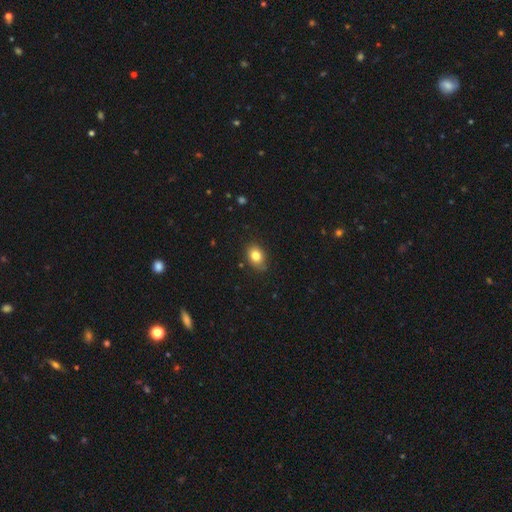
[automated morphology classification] A smooth galaxy with no disk features (81%) that is in between round and cigar-shaped (62%).

Vote fractions:
- Smooth or featured? smooth: 81% / star or artifact: 10% / featured or disk: 8%
- How rounded? in between: 62% / round: 36% / cigar-shaped: 1%
- Merging? none: 81% / minor disturbance: 15% / major disturbance: 3% / merger: 1%